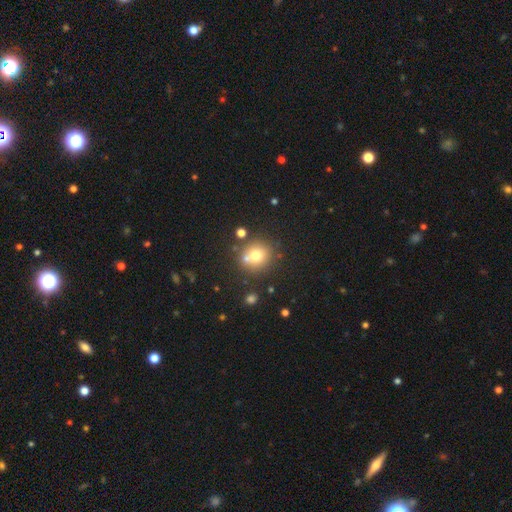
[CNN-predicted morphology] Overall: smooth (72%). How rounded: round (87%). Merging: none (67%).